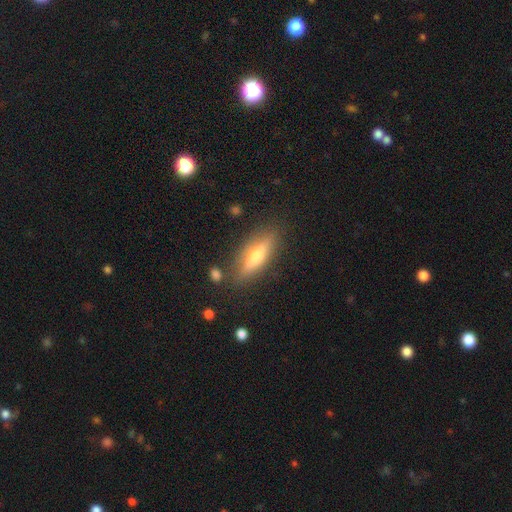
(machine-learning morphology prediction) Q: Smooth or featured?
A: featured or disk (53%); runner-up: smooth (40%)
Q: Edge-on disk?
A: yes (90%); runner-up: no (10%)
Q: Merging?
A: none (85%); runner-up: minor disturbance (10%)